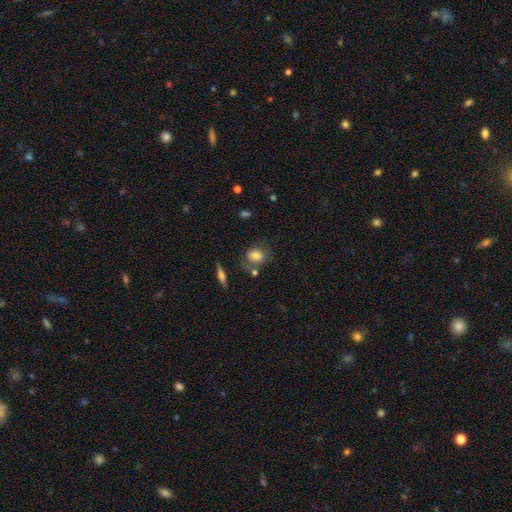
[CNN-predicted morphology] The model was most divided on "how rounded" (2-way tie): round: 49%, in between: 49%, cigar-shaped: 2%. More confident: smooth or featured — smooth (72%); merging — none (59%).